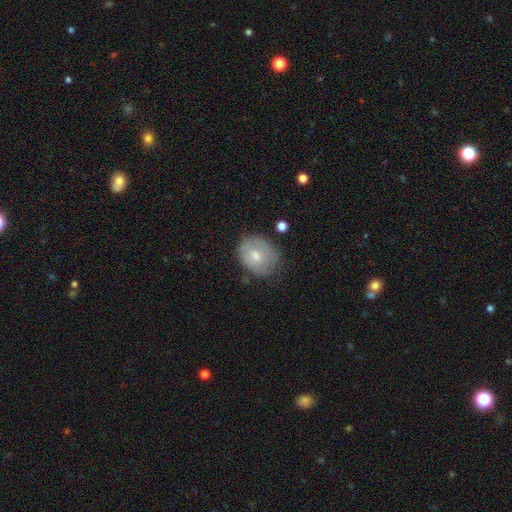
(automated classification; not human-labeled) Morphology: type=smooth (66%); roundness=in between (55%); merging=none (61%).